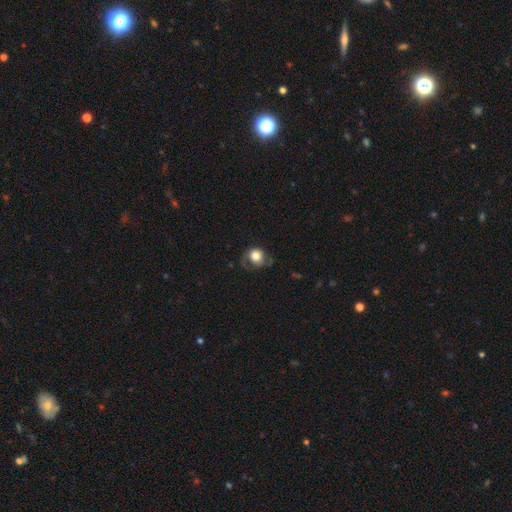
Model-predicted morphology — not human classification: Overall: smooth (70%). How rounded: round (78%). Merging: none (47%; minor disturbance 26%).